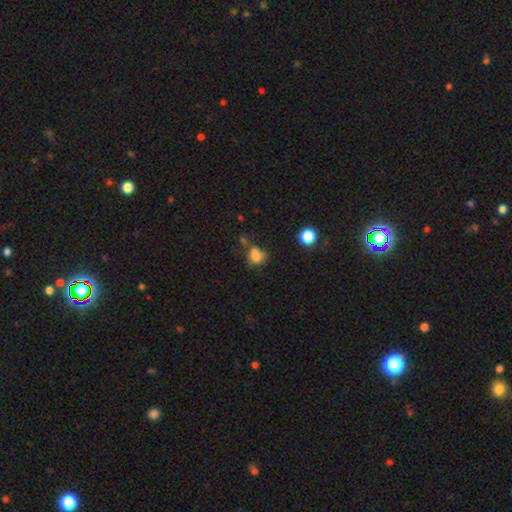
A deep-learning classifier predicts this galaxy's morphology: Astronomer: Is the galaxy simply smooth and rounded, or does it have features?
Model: smooth — 75%.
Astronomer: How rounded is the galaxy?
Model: round — 70%.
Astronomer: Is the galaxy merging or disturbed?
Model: none — 44% (runner-up: merger, 22%).